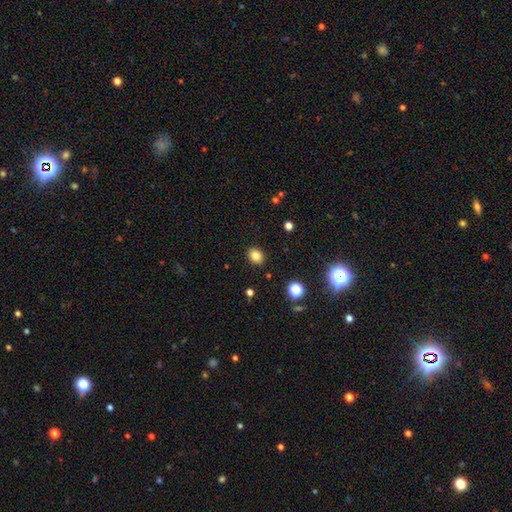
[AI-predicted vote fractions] This appears to be a smooth galaxy with no disk features (81%) that is in between round and cigar-shaped (51%). Merging: none (89%).